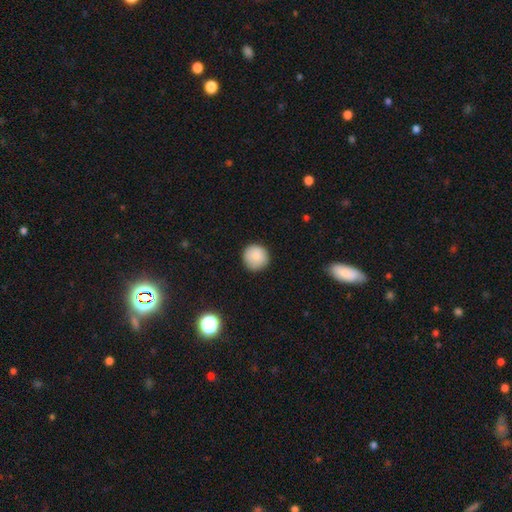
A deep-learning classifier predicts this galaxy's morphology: Smooth or featured?
  - smooth: 87% *
  - star or artifact: 8%
  - featured or disk: 5%
How rounded?
  - round: 95% *
  - in between: 4%
  - cigar-shaped: 1%
Merging?
  - none: 89% *
  - minor disturbance: 8%
  - major disturbance: 2%
  - merger: 1%